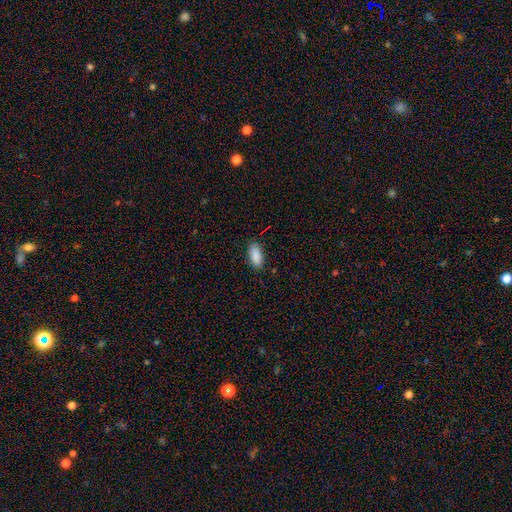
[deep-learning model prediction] Smooth or featured? smooth (90%)
How rounded? in between (87%)
Merging? none (86%)